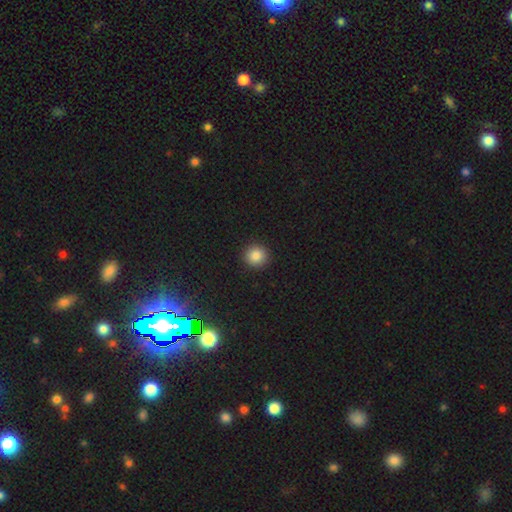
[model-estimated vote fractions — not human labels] Q: Smooth or featured?
A: smooth (85%); runner-up: star or artifact (11%)
Q: How rounded?
A: round (93%); runner-up: in between (6%)
Q: Merging?
A: none (92%); runner-up: minor disturbance (5%)